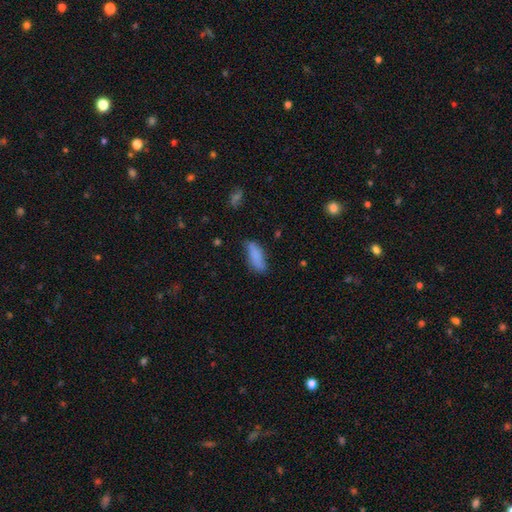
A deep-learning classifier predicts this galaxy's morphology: type=smooth (83%); roundness=in between (65%); merging=none (66%).